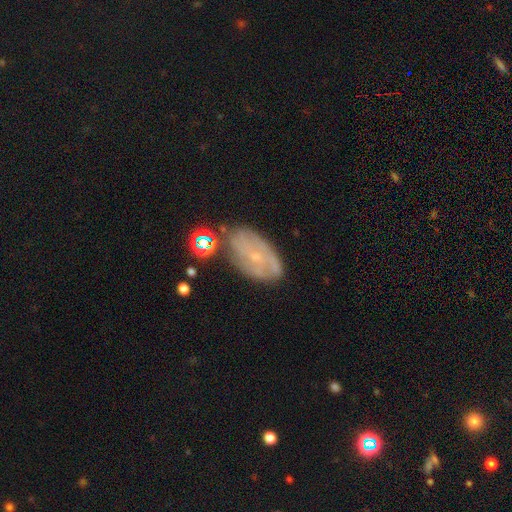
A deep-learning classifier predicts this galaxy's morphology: Smooth or featured? Predicted: featured or disk (p=0.63). Edge-on disk? Predicted: no (p=0.94). Bar? Predicted: no (p=0.69). Spiral arms? Predicted: yes (p=0.73). Bulge size? Predicted: small (p=0.79). Merging? Predicted: none (p=0.63).